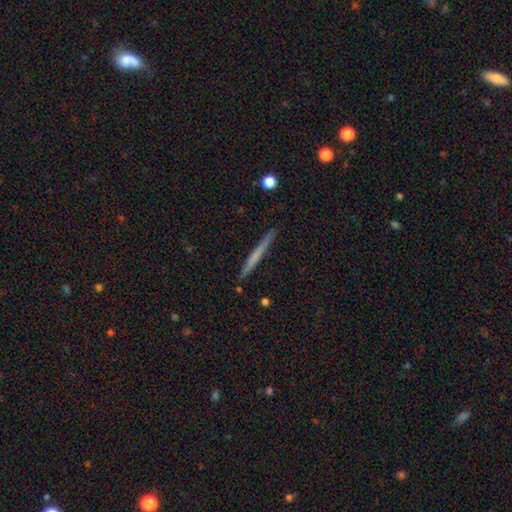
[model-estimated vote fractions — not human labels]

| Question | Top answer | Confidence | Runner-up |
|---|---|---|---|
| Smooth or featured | smooth | 49% | featured or disk (45%) |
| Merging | none | 90% | minor disturbance (7%) |